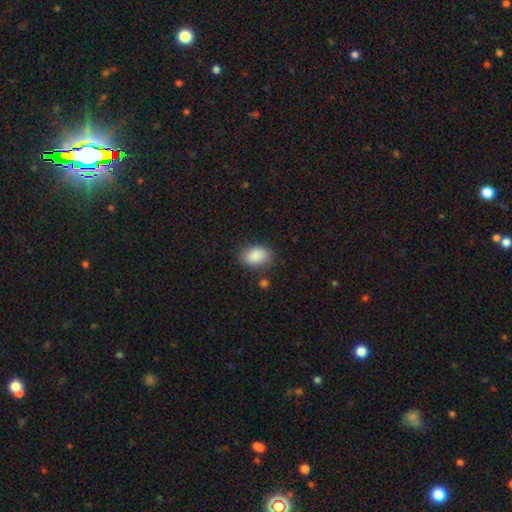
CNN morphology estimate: The model was most divided on "merging": none: 79%, minor disturbance: 14%, major disturbance: 4%, merger: 3%. More confident: smooth or featured — smooth (89%); how rounded — in between (82%).